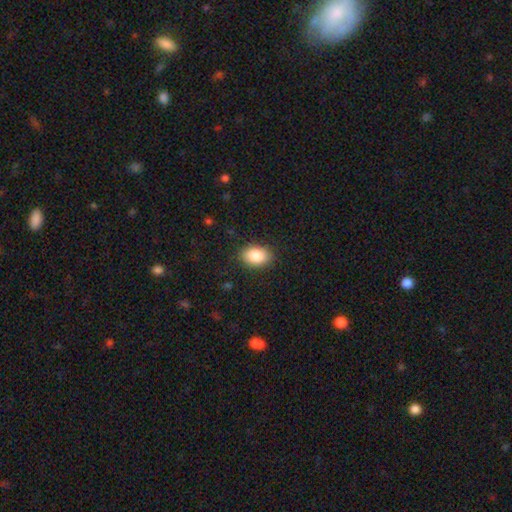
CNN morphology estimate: Smooth or featured? Predicted: smooth (p=0.87). How rounded? Predicted: in between (p=0.81). Merging? Predicted: none (p=0.86).